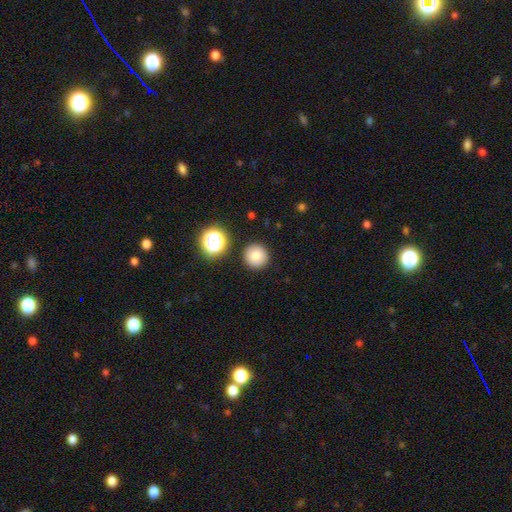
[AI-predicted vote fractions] smooth_or_featured: smooth (p=0.79) [alt: star or artifact p=0.12]
how_rounded: round (p=0.95) [alt: in between p=0.04]
merging: none (p=0.90) [alt: minor disturbance p=0.06]